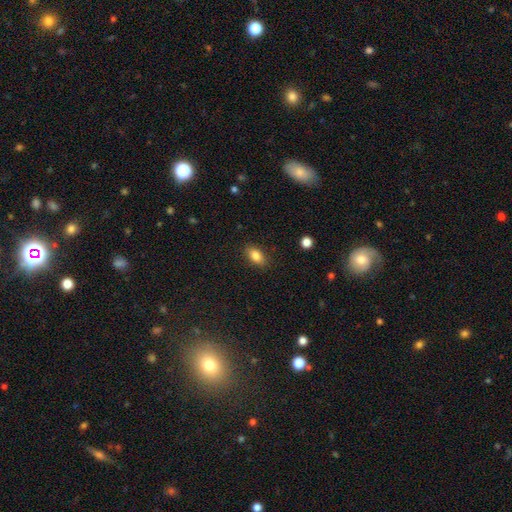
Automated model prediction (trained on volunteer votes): Smooth or featured? Predicted: smooth (p=0.83). How rounded? Predicted: in between (p=0.88). Merging? Predicted: none (p=0.87).